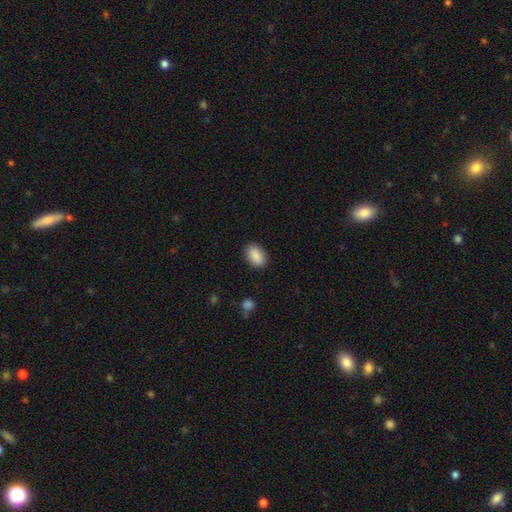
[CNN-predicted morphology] This appears to be a smooth galaxy with no disk features (90%) that is in between round and cigar-shaped (88%). Merging: none (88%).